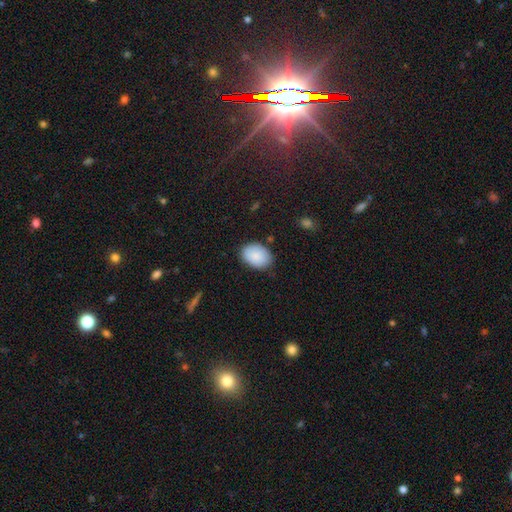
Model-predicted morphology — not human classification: smooth_or_featured: smooth (p=0.88) [alt: star or artifact p=0.06]
how_rounded: in between (p=0.80) [alt: round p=0.19]
merging: none (p=0.81) [alt: minor disturbance p=0.14]